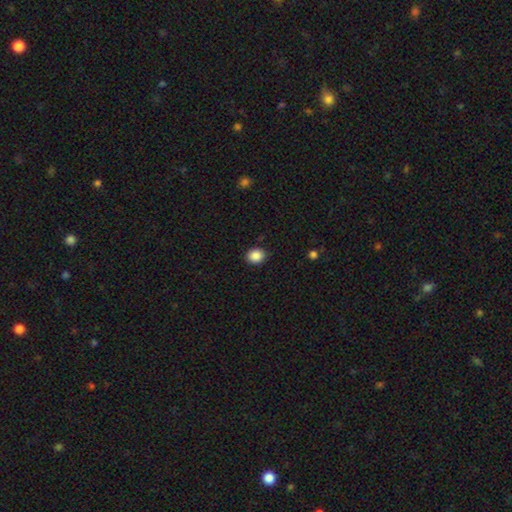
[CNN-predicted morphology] Smooth or featured: smooth — 88% (star or artifact — 9%)
How rounded: round — 72% (in between — 27%)
Merging: none — 89% (minor disturbance — 7%)